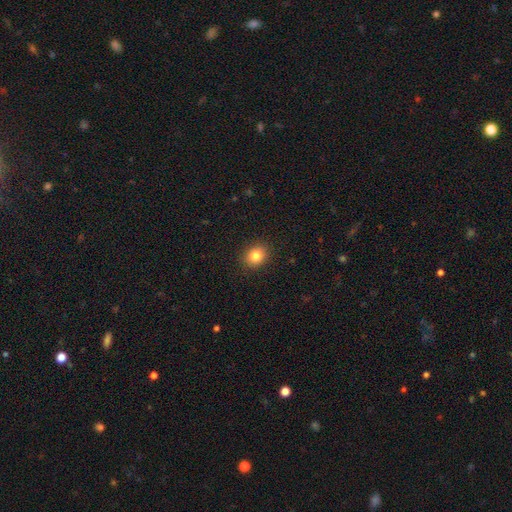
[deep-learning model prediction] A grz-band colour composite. It shows a smooth galaxy with no disk features (83%) that is round (66%). Merging: none (90%).